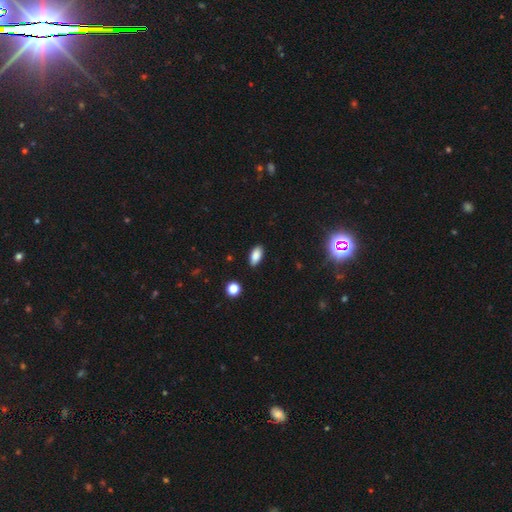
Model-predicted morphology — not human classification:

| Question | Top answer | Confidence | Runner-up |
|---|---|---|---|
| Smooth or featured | smooth | 86% | star or artifact (9%) |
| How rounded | in between | 90% | cigar-shaped (7%) |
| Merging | none | 88% | minor disturbance (9%) |